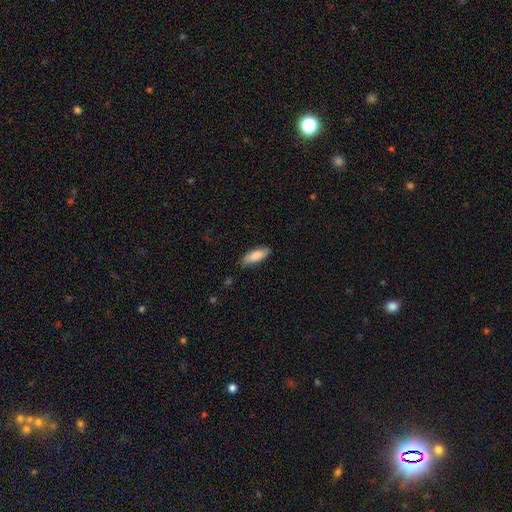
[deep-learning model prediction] Smooth or featured: smooth — 84% (featured or disk — 11%)
How rounded: in between — 68% (cigar-shaped — 30%)
Merging: none — 80% (minor disturbance — 16%)